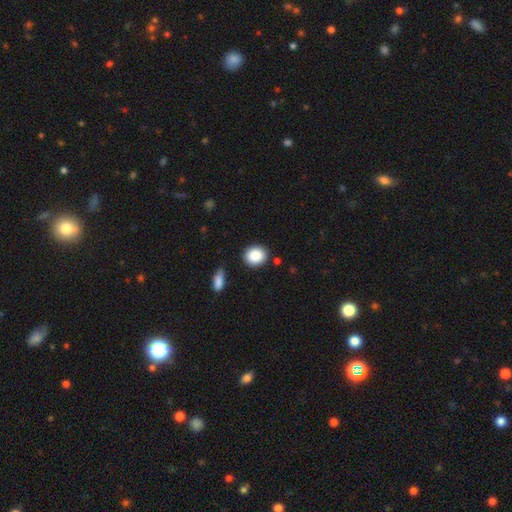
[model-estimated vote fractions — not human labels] Smooth or featured? Predicted: smooth (p=0.88). How rounded? Predicted: round (p=0.73). Merging? Predicted: none (p=0.84).